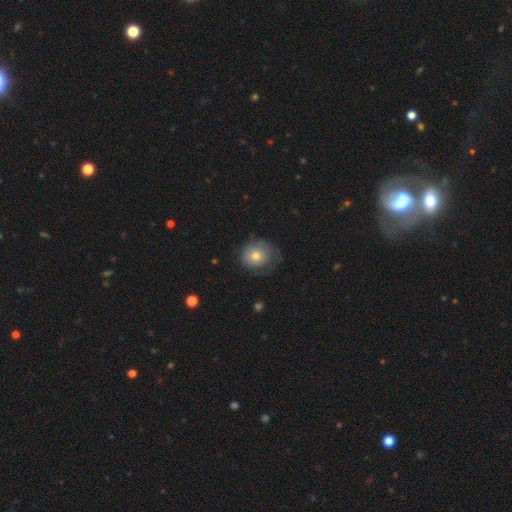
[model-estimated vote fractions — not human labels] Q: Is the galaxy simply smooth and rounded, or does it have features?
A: smooth — 64%.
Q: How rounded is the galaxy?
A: round — 73%.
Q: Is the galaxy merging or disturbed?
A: none — 55%.